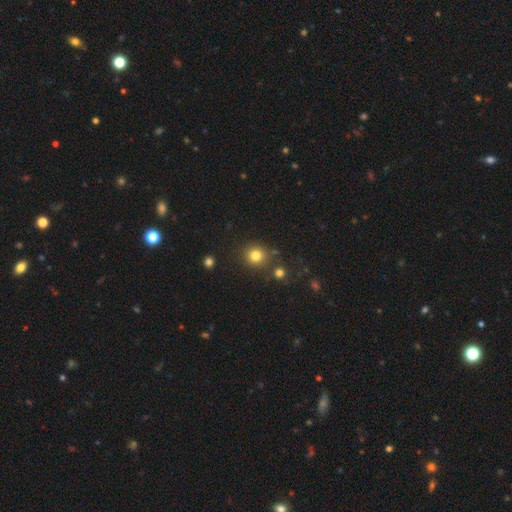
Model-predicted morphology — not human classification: This appears to be a smooth galaxy with no disk features (81%) that is round (90%). Merging: none (82%).